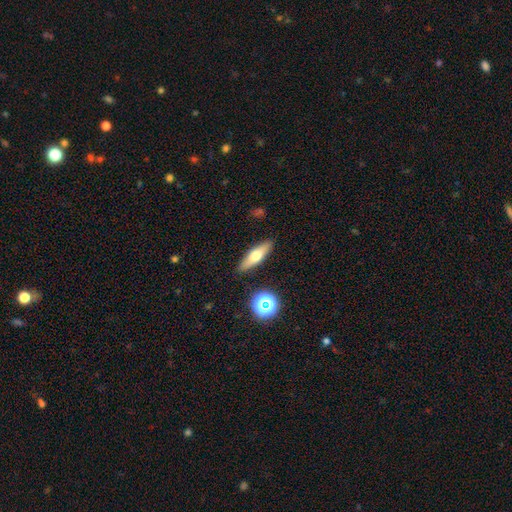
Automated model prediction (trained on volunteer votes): Overall: smooth (54%; featured or disk 37%). How rounded: cigar-shaped (56%; in between 40%). Merging: none (88%).